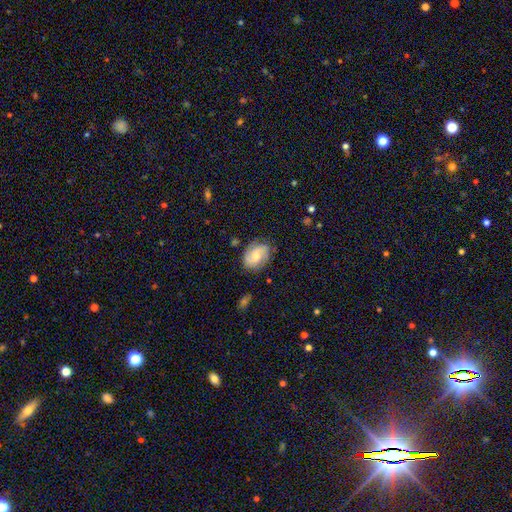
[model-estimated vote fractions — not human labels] Smooth or featured?
  - featured or disk: 56% *
  - smooth: 36%
  - star or artifact: 8%
Edge-on disk?
  - no: 97% *
  - yes: 3%
Bar?
  - no: 54% *
  - weak: 39%
  - strong: 7%
Spiral arms?
  - yes: 90% *
  - no: 10%
Bulge size?
  - moderate: 44% *
  - small: 43%
  - none: 7%
  - large: 5%
  - dominant: 1%
Merging?
  - none: 75% *
  - minor disturbance: 18%
  - major disturbance: 5%
  - merger: 2%